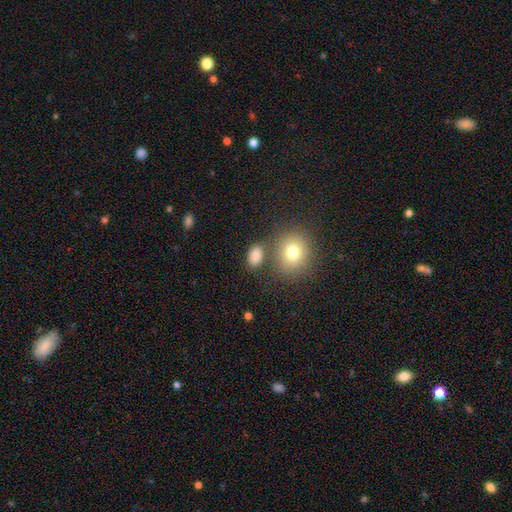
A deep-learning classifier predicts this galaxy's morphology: smooth 83%, star or artifact 11%, featured or disk 6%. Down the decision tree: how rounded — in between (79%); merging — none (71%).